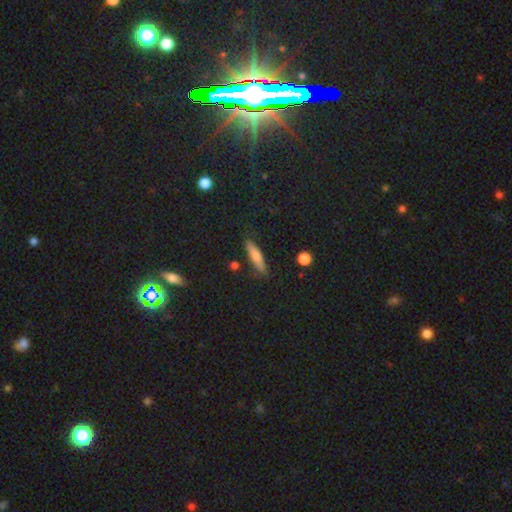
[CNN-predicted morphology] This appears to be a smooth galaxy with no disk features (70%) that is cigar-shaped (77%). Merging: none (84%).